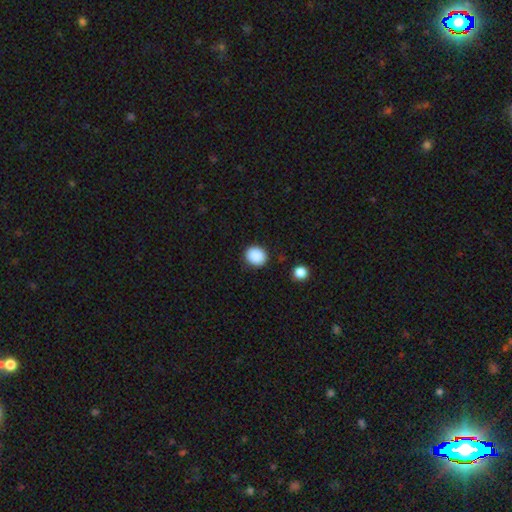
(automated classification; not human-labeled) This appears to be a smooth galaxy with no disk features (89%) that is round (73%). Merging: none (89%).